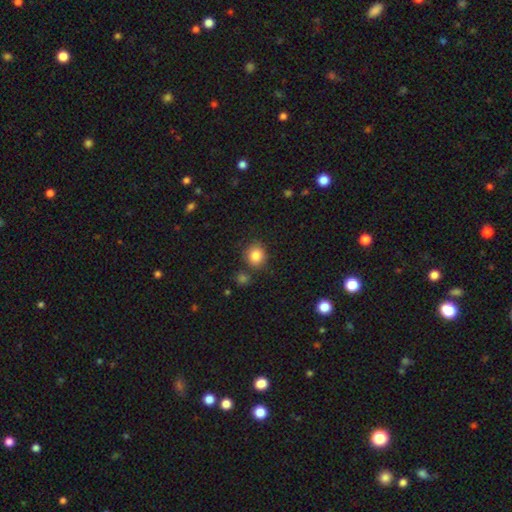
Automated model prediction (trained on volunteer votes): Smooth or featured? Predicted: smooth (p=0.84). How rounded? Predicted: round (p=0.79). Merging? Predicted: none (p=0.80).